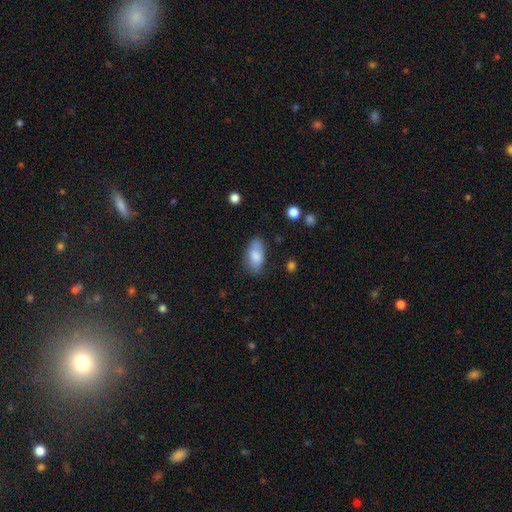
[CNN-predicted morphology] smooth-or-featured: smooth: 79% | featured or disk: 14% | star or artifact: 7%
  how-rounded: in between: 91% | round: 5% | cigar-shaped: 4%
  merging: none: 66% | minor disturbance: 23% | major disturbance: 6% | merger: 5%